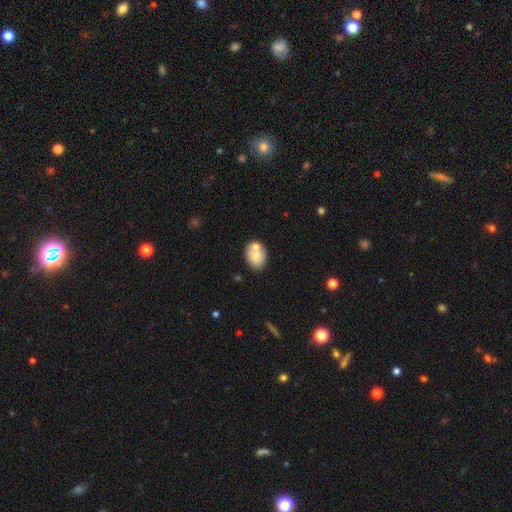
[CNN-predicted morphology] type=smooth (71%); roundness=in between (69%); merging=none (59%).